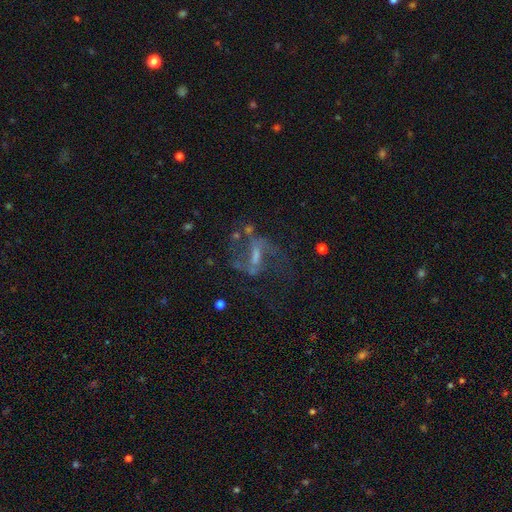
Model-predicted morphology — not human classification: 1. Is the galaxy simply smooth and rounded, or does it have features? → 74% featured or disk, 13% smooth, 13% star or artifact.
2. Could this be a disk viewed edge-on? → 94% no, 6% yes.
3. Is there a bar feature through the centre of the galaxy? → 44% weak, 39% strong, 17% no.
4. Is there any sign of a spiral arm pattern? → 79% yes, 21% no.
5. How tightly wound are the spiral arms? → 55% loose, 36% medium, 9% tight.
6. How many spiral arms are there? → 80% 2, 10% can't tell, 5% 1, 2% 3, 1% 4, 1% more than 4.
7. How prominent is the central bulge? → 37% small, 32% moderate, 24% none, 5% large, 1% dominant.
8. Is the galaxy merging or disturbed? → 50% none, 28% major disturbance, 17% minor disturbance, 6% merger.